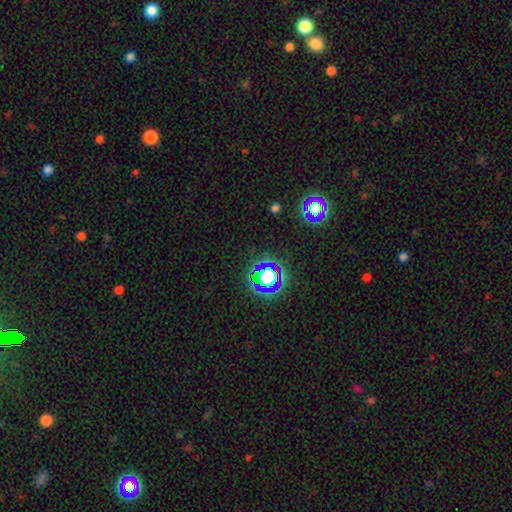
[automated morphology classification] Smooth or featured? star or artifact (75%)